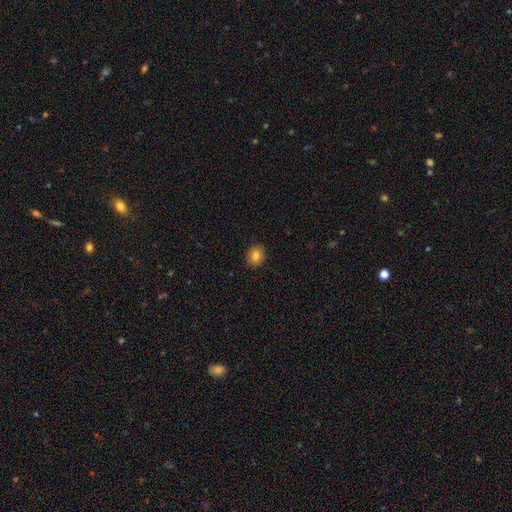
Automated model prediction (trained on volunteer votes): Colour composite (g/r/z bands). It shows a smooth galaxy with no disk features (82%) that is round (63%). Merging: none (90%).